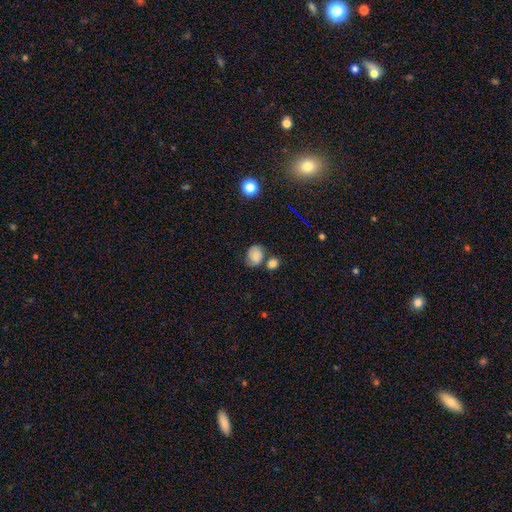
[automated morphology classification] Smooth or featured? Predicted: smooth (p=0.71). How rounded? Predicted: in between (p=0.54). Merging? Predicted: none (p=0.59).